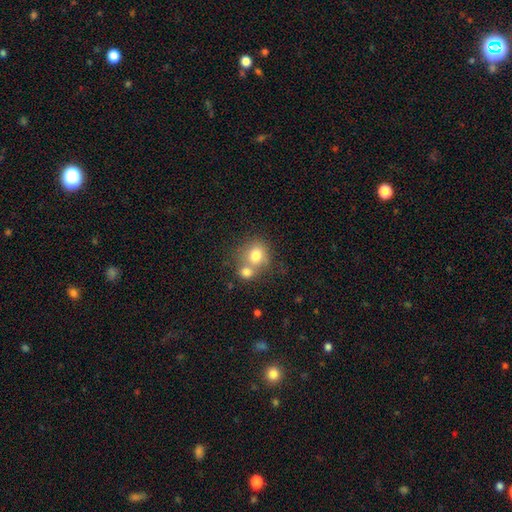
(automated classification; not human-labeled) Overall: smooth (76%). How rounded: round (74%). Merging: merger (49%; none 39%).